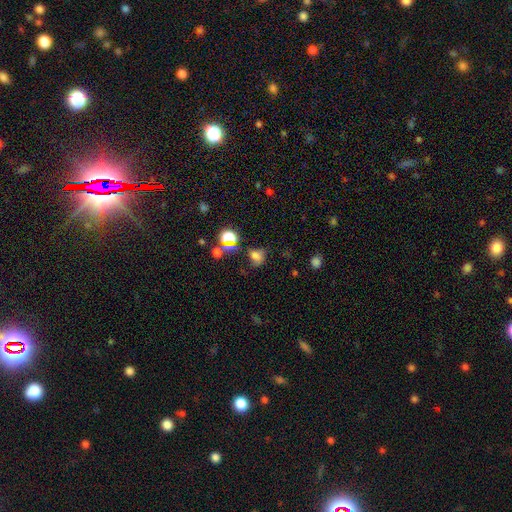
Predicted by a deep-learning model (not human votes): Smooth or featured? Predicted: smooth (p=0.61). How rounded? Predicted: in between (p=0.54). Merging? Predicted: none (p=0.49).